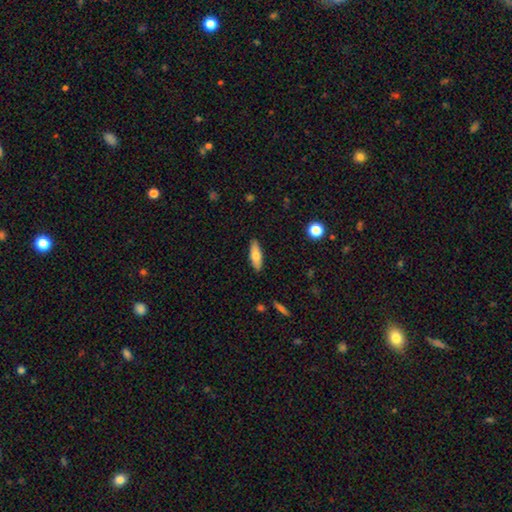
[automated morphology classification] Q: Smooth or featured?
A: smooth (73%); runner-up: featured or disk (20%)
Q: How rounded?
A: in between (57%); runner-up: cigar-shaped (41%)
Q: Merging?
A: none (88%); runner-up: minor disturbance (9%)